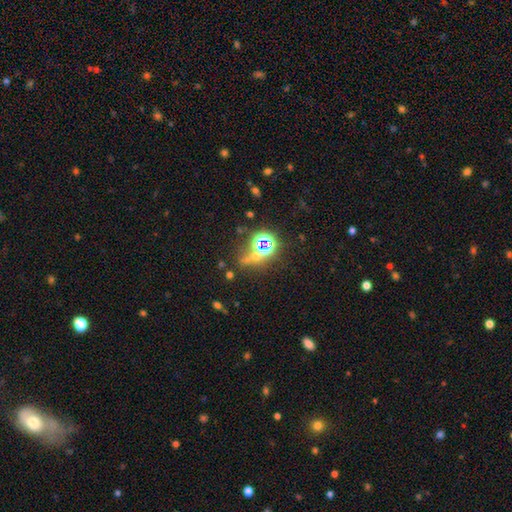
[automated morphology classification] The model was most divided on "smooth or featured": star or artifact: 70%, smooth: 18%, featured or disk: 12%.